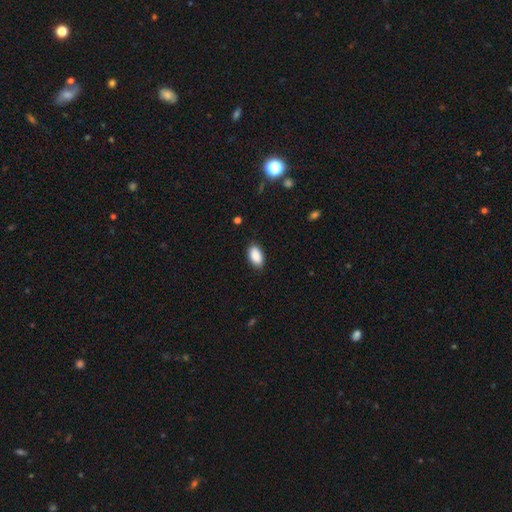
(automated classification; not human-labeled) Smooth or featured: smooth — 90% (star or artifact — 7%)
How rounded: in between — 94% (round — 3%)
Merging: none — 86% (minor disturbance — 10%)